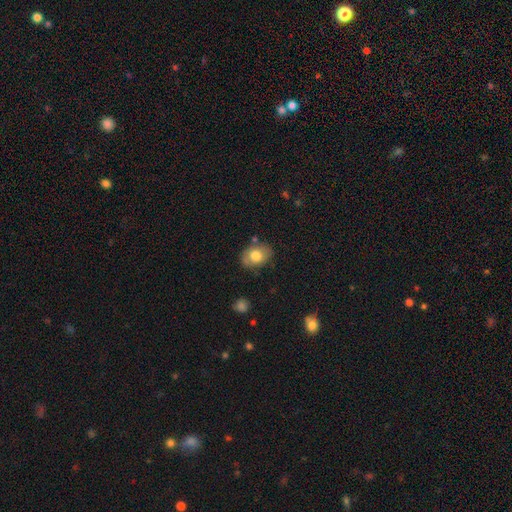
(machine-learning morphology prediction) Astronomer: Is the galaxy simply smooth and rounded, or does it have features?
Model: smooth — 75%.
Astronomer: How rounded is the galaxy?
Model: in between — 72%.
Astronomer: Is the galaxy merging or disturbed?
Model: none — 76%.